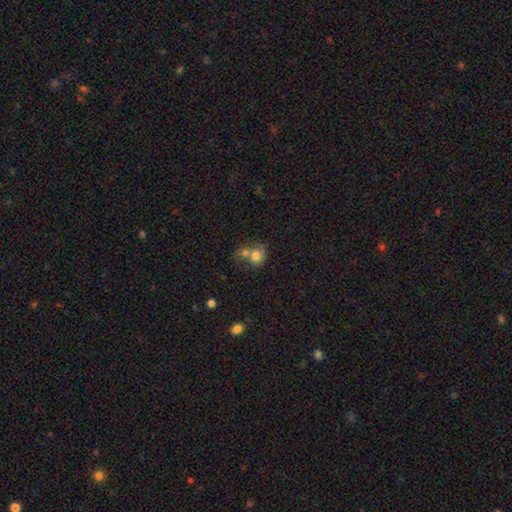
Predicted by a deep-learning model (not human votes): Q: Smooth or featured?
A: smooth (72%); runner-up: featured or disk (19%)
Q: How rounded?
A: round (69%); runner-up: in between (30%)
Q: Merging?
A: merger (65%); runner-up: none (22%)